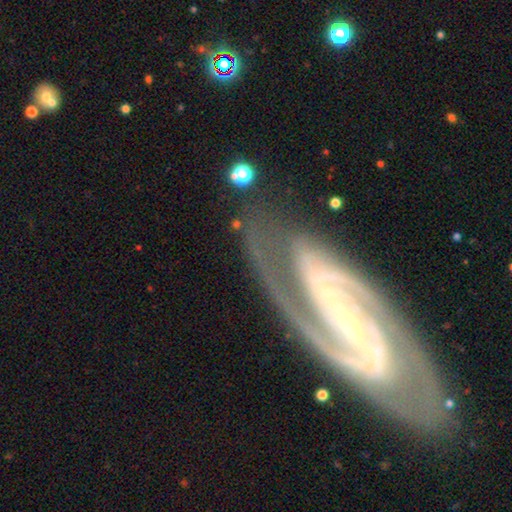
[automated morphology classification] smooth-or-featured: featured or disk: 87% | star or artifact: 6% | smooth: 6%
  disk-edge-on: no: 95% | yes: 5%
    bar: strong: 57% | weak: 25% | no: 18%
    has-spiral-arms: yes: 97% | no: 3%
      spiral-winding: tight: 46% | medium: 43% | loose: 10%
      spiral-arm-count: 2: 72% | 3: 11% | can't tell: 7% | 4: 4% | 1: 4% | more than 4: 3%
    bulge-size: small: 81% | moderate: 12% | none: 3% | large: 2% | dominant: 1%
  merging: none: 67% | minor disturbance: 18% | major disturbance: 11% | merger: 4%